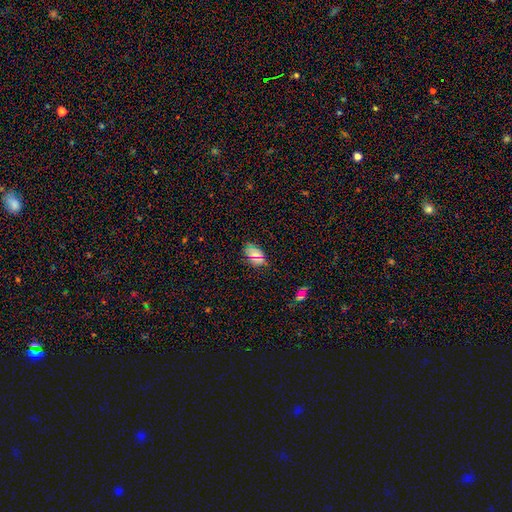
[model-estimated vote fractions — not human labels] Smooth or featured? smooth (67%)
How rounded? in between (83%)
Merging? none (81%)